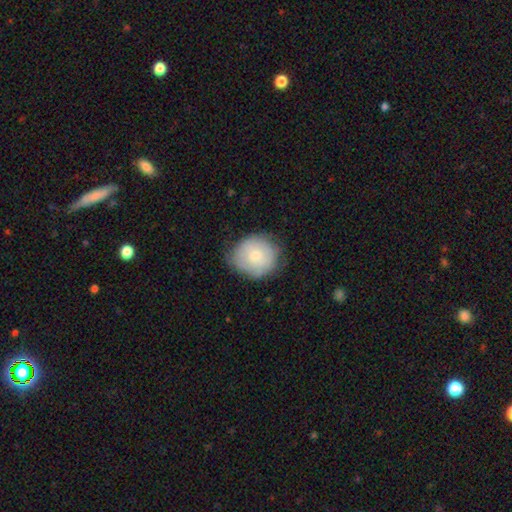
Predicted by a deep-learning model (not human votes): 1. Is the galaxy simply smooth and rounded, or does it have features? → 69% smooth, 24% featured or disk, 7% star or artifact.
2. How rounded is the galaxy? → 80% round, 19% in between, 1% cigar-shaped.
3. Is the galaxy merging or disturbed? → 65% none, 27% minor disturbance, 6% major disturbance, 1% merger.